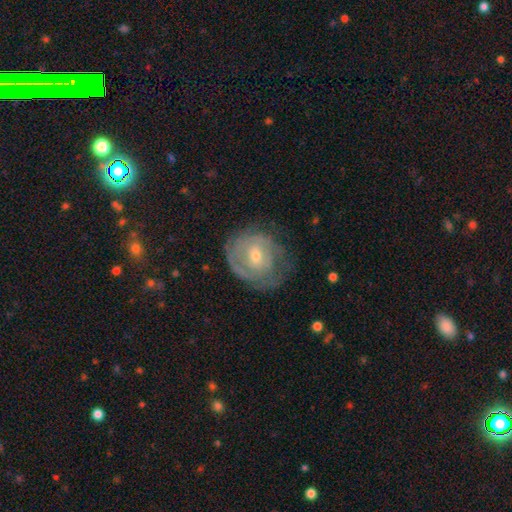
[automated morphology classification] Smooth or featured: featured or disk — 70% (smooth — 23%)
Edge-on disk: no — 96% (yes — 4%)
Bar: no — 57% (weak — 36%)
Spiral arms: yes — 77% (no — 23%)
Spiral winding: tight — 66% (medium — 25%)
Spiral arm count: can't tell — 47% (2 — 28%)
Bulge size: small — 52% (moderate — 44%)
Merging: none — 60% (minor disturbance — 25%)